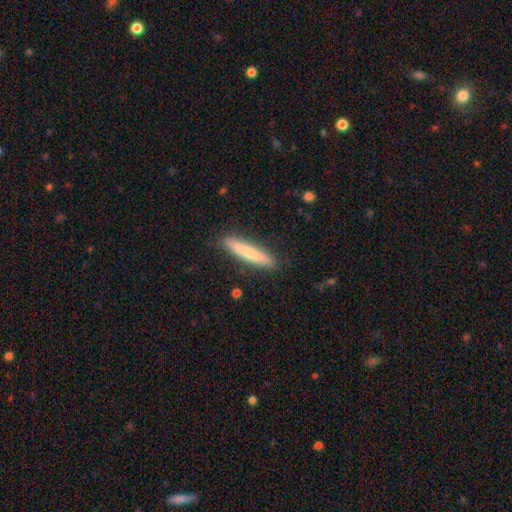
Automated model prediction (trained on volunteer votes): Morphology: type=smooth (71%); roundness=cigar-shaped (90%); merging=none (88%).